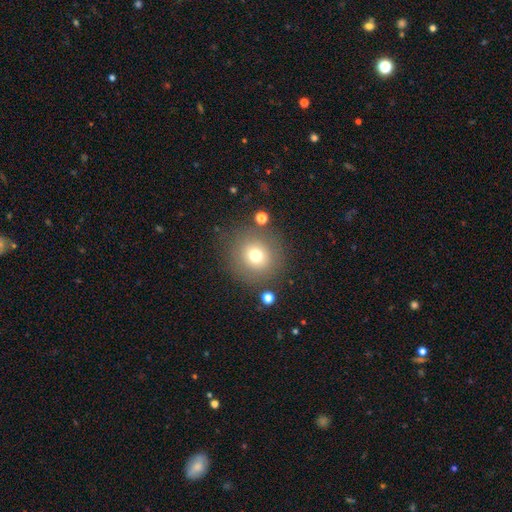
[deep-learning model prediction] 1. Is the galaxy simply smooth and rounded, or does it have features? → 72% smooth, 15% star or artifact, 13% featured or disk.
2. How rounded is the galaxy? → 93% round, 6% in between, 1% cigar-shaped.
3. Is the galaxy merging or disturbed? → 83% none, 9% minor disturbance, 4% major disturbance, 4% merger.